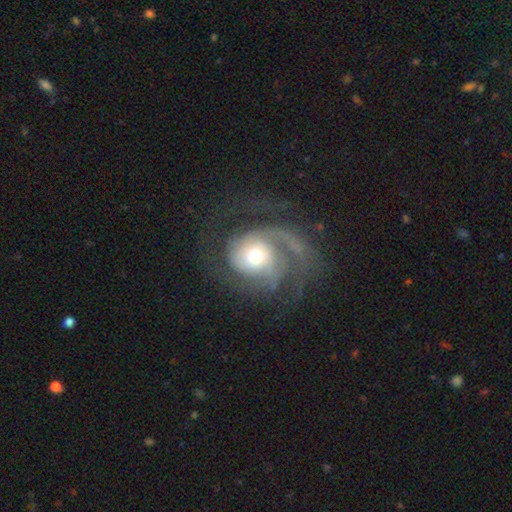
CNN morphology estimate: A featured or disk galaxy (74%) with no bar (77%), 1 (41%) medium (37%) spiral arms (88%) and a moderate central bulge (64%). Merging: major disturbance (42%).